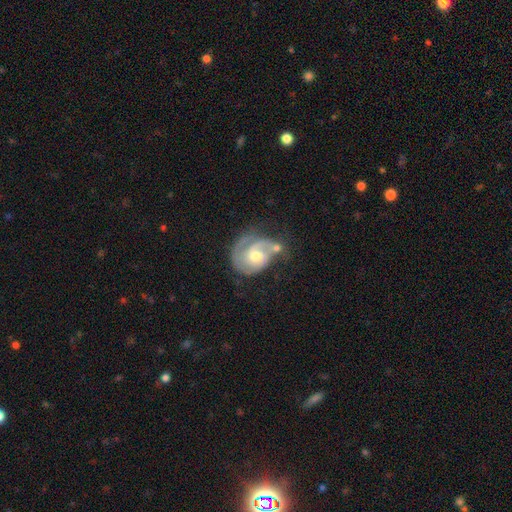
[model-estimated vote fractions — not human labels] Smooth or featured? featured or disk (82%)
Edge-on disk? no (98%)
Bar? no (62%)
Spiral arms? yes (93%)
Spiral winding? tight (48%)
Spiral arm count? 2 (47%)
Bulge size? moderate (60%)
Merging? none (36%)